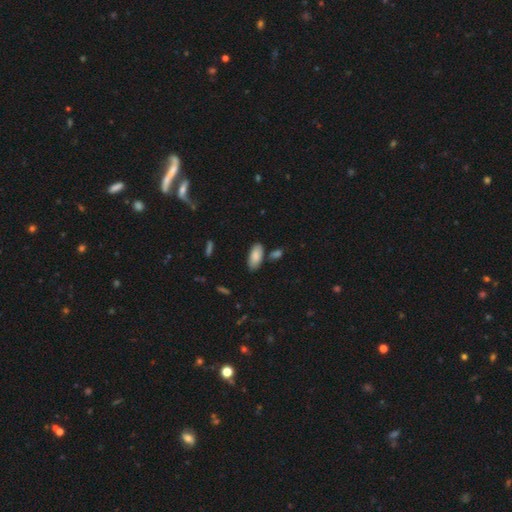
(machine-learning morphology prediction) smooth 86%, featured or disk 8%, star or artifact 6%. Down the decision tree: how rounded — in between (90%); merging — none (78%).